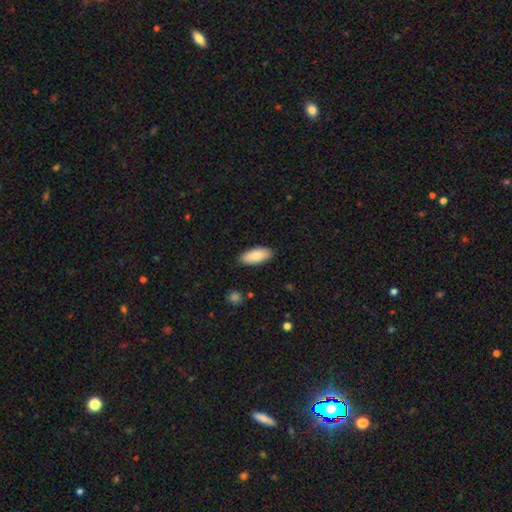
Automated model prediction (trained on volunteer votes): smooth-or-featured: smooth: 86% | featured or disk: 8% | star or artifact: 6%
  how-rounded: in between: 85% | cigar-shaped: 14% | round: 2%
  merging: none: 87% | minor disturbance: 10% | major disturbance: 2% | merger: 1%